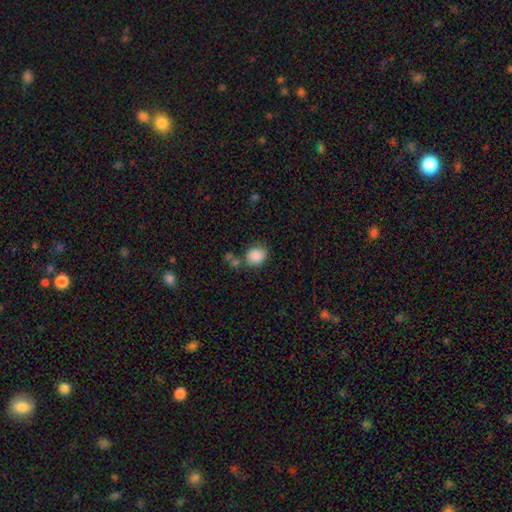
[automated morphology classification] The model was most divided on "how rounded": round: 68%, in between: 31%, cigar-shaped: 1%. More confident: smooth or featured — smooth (87%); merging — none (66%).